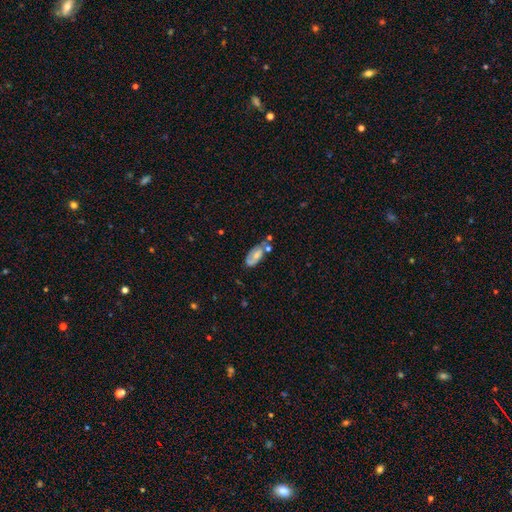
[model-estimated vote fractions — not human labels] A smooth galaxy with no disk features (51%) that is in between round and cigar-shaped (88%).

Vote fractions:
- Smooth or featured? smooth: 51% / featured or disk: 42% / star or artifact: 8%
- How rounded? in between: 88% / cigar-shaped: 8% / round: 4%
- Merging? none: 45% / minor disturbance: 27% / merger: 17% / major disturbance: 10%